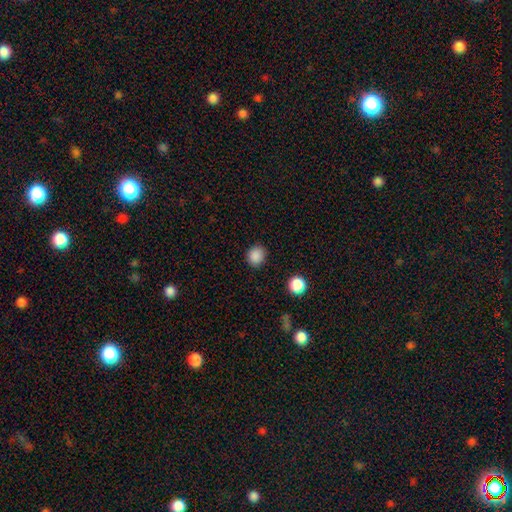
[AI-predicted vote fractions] smooth 86%, star or artifact 11%, featured or disk 3%. Down the decision tree: how rounded — round (79%); merging — none (88%).